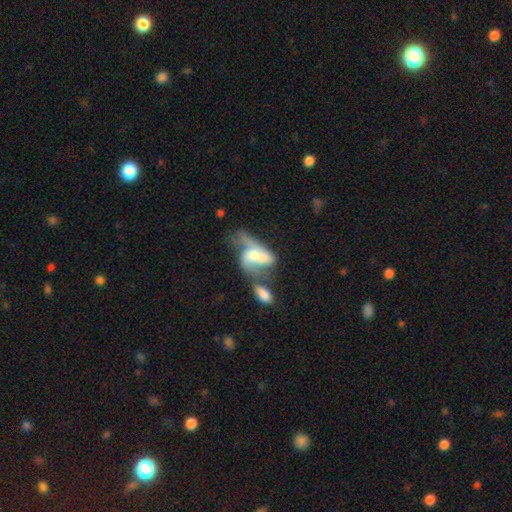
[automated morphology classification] Q: Smooth or featured?
A: featured or disk (54%); runner-up: smooth (38%)
Q: Edge-on disk?
A: no (93%); runner-up: yes (7%)
Q: Merging?
A: merger (48%); runner-up: major disturbance (27%)